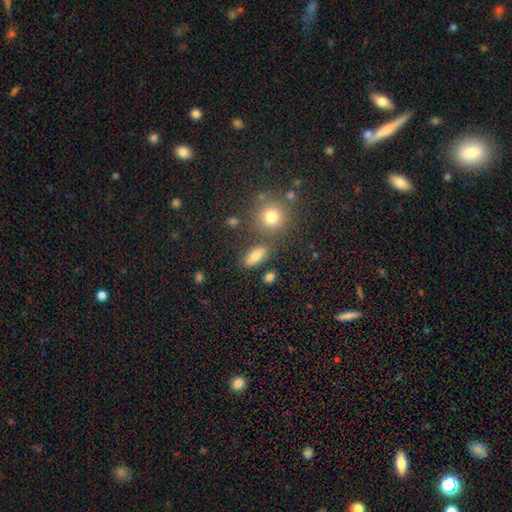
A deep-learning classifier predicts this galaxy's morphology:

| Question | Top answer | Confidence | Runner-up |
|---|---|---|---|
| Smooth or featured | smooth | 72% | featured or disk (15%) |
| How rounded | in between | 70% | cigar-shaped (18%) |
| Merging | none | 78% | minor disturbance (11%) |